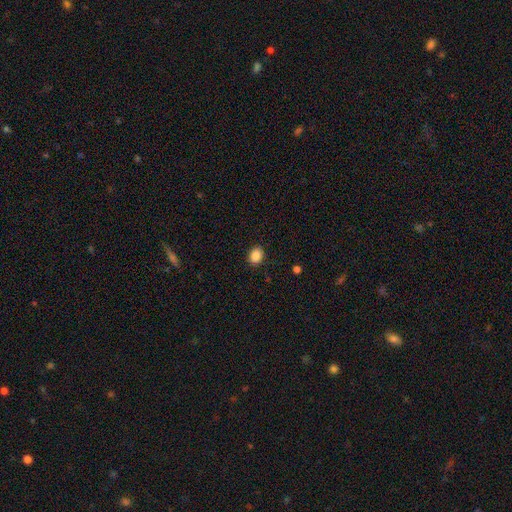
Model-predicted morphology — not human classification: smooth-or-featured: smooth: 87% | star or artifact: 9% | featured or disk: 4%
  how-rounded: in between: 56% | round: 43% | cigar-shaped: 1%
  merging: none: 88% | minor disturbance: 8% | major disturbance: 2% | merger: 1%